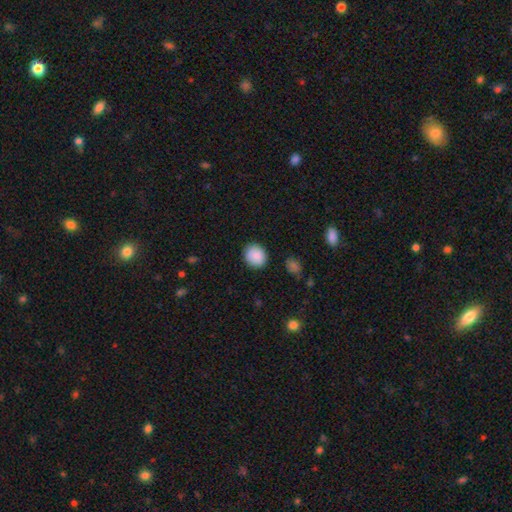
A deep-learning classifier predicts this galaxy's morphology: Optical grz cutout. It shows a smooth galaxy with no disk features (88%) that is round (73%). Merging: none (88%).